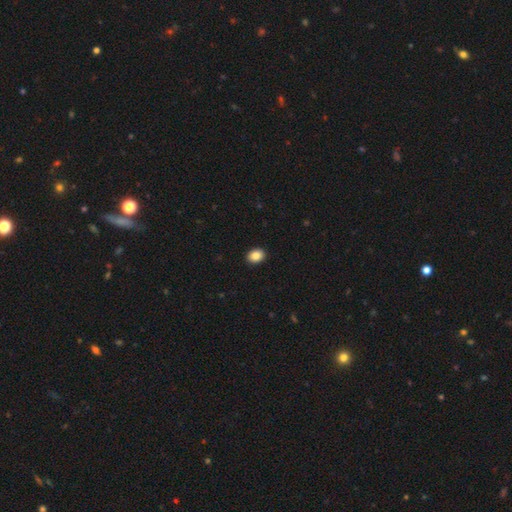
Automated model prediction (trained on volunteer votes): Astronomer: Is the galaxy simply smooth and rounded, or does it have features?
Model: smooth — 86%.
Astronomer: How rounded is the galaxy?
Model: in between — 61% (runner-up: round, 38%).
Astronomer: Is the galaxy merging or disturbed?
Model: none — 92%.